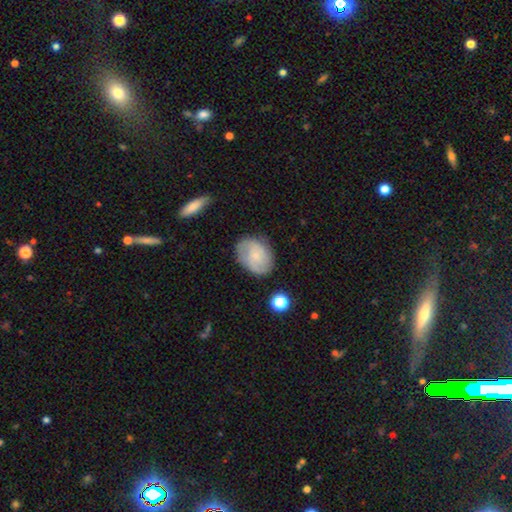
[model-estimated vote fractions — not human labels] Overall: featured or disk (58%; smooth 35%). Edge-on disk: no (97%). Bar: no (74%). Spiral arms: yes (86%). Bulge size: small (78%). Merging: none (75%).